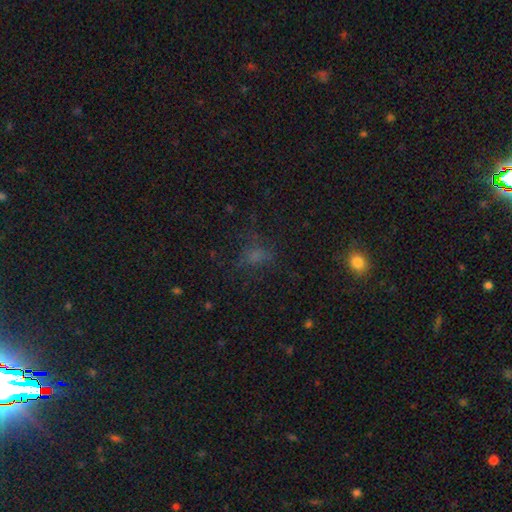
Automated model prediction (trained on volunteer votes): Smooth or featured? smooth (55%)
How rounded? in between (50%)
Merging? none (58%)